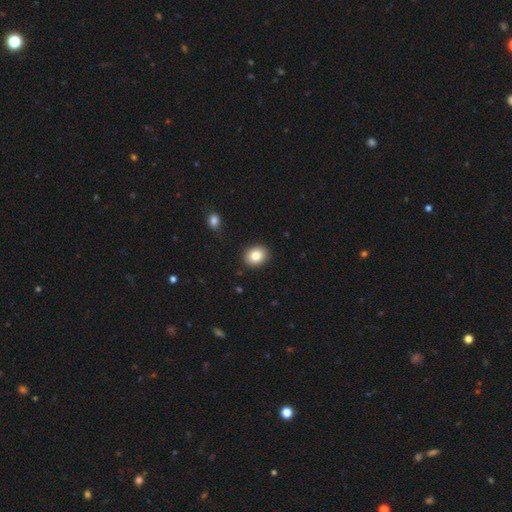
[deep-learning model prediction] A smooth galaxy with no disk features (84%) that is in between round and cigar-shaped (51%).

Vote fractions:
- Smooth or featured? smooth: 84% / star or artifact: 9% / featured or disk: 7%
- How rounded? in between: 51% / round: 48% / cigar-shaped: 1%
- Merging? none: 89% / minor disturbance: 8% / major disturbance: 2% / merger: 1%